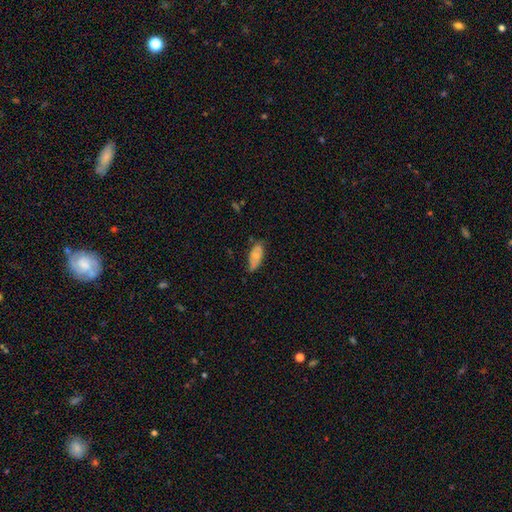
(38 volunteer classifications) Smooth or featured?
  - smooth: 63% *
  - featured or disk: 34%
  - star or artifact: 3%
How rounded?
  - in between: 83% *
  - cigar-shaped: 17%
  - round: 0%
Merging?
  - none: 49% *
  - minor disturbance: 46%
  - merger: 5%
  - major disturbance: 0%